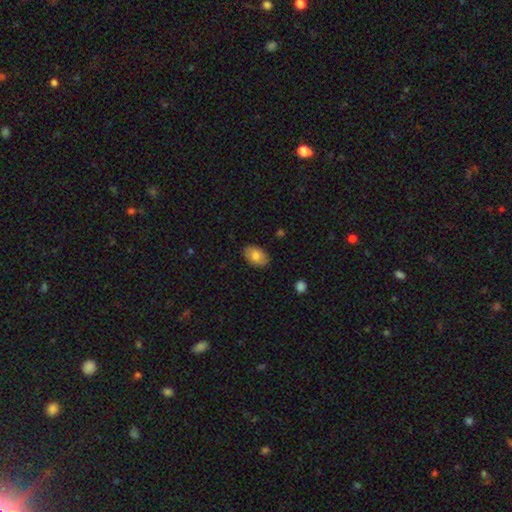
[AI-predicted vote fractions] Smooth or featured: smooth — 80% (featured or disk — 13%)
How rounded: in between — 89% (round — 10%)
Merging: none — 86% (minor disturbance — 11%)